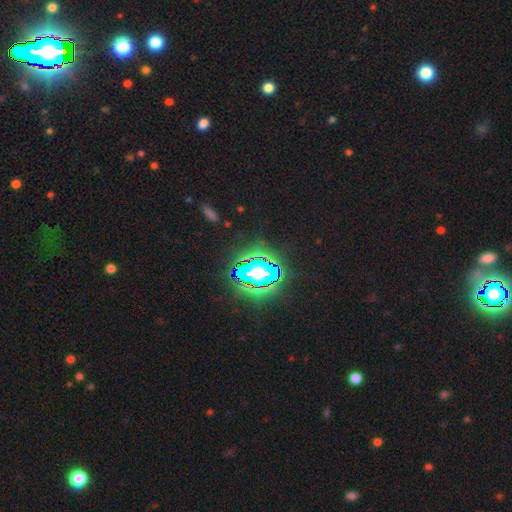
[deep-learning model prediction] Smooth or featured: star or artifact — 85% (smooth — 9%)